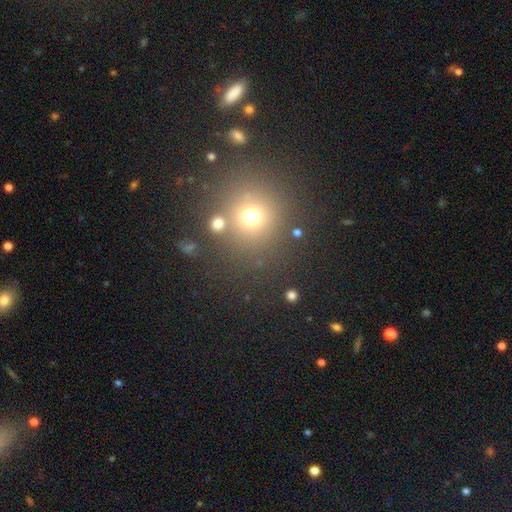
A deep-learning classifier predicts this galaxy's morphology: Overall: smooth (55%; star or artifact 36%). How rounded: round (90%). Merging: none (82%).